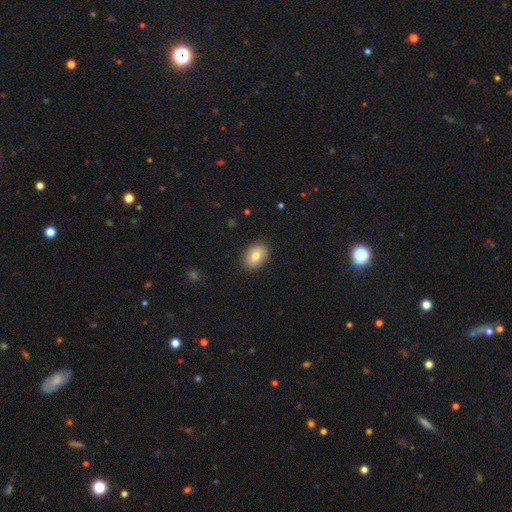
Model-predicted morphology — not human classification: Smooth or featured? smooth (80%)
How rounded? in between (79%)
Merging? none (88%)